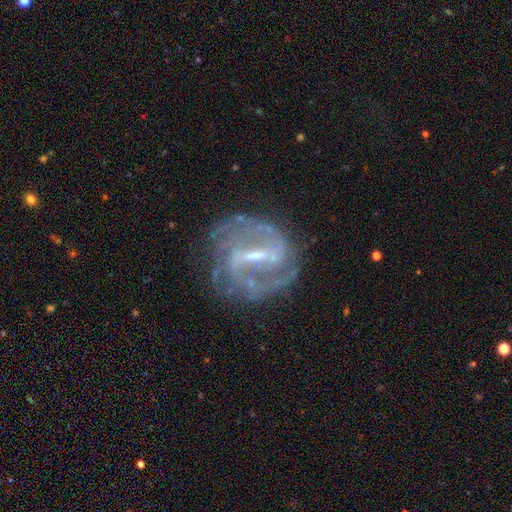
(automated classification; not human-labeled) This appears to be a featured or disk galaxy (88%) with a strong bar (61%), 2 (58%) medium (44%) spiral arms (93%) and a small central bulge (53%). Merging: none (71%).